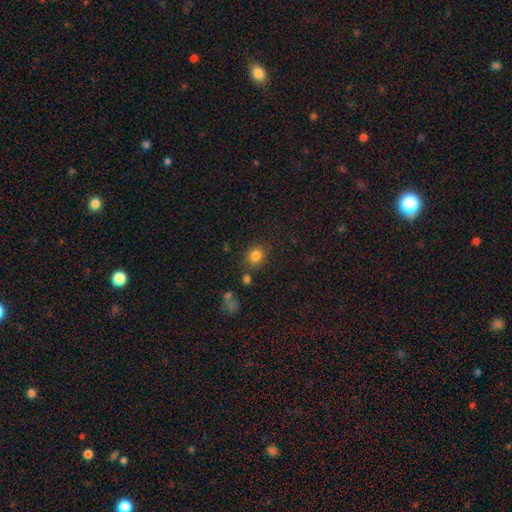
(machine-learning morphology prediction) smooth 82%, star or artifact 12%, featured or disk 6%. Down the decision tree: how rounded — round (74%); merging — none (80%).